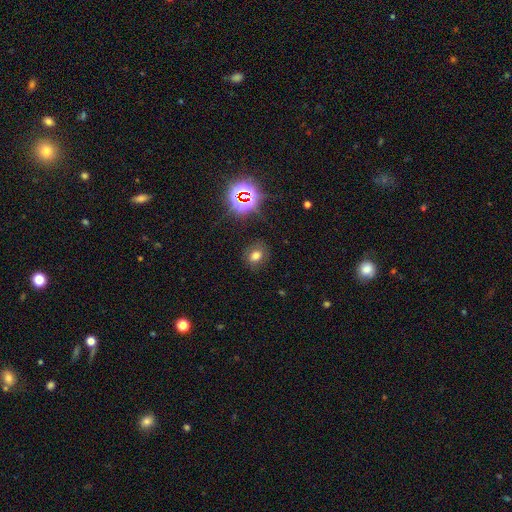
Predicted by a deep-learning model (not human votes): Smooth or featured? smooth (64%)
How rounded? round (52%)
Merging? none (82%)